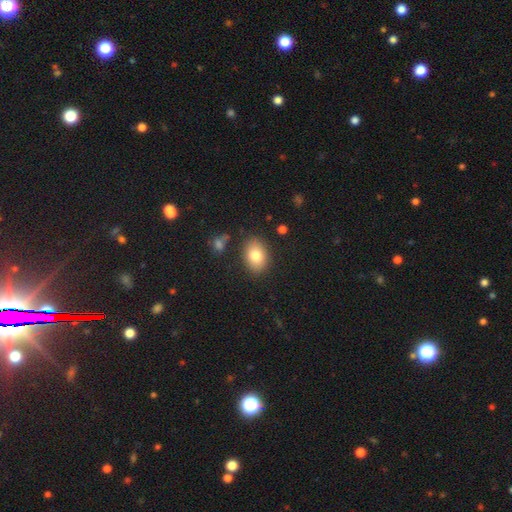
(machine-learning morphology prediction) smooth 80%, featured or disk 11%, star or artifact 8%. Down the decision tree: how rounded — in between (77%); merging — none (84%).